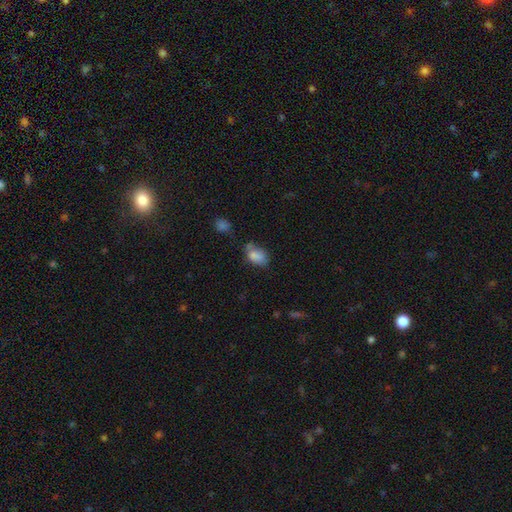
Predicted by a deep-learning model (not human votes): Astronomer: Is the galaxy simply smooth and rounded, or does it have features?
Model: smooth — 81%.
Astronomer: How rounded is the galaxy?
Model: in between — 83%.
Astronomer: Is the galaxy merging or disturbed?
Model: none — 45% (runner-up: minor disturbance, 26%).